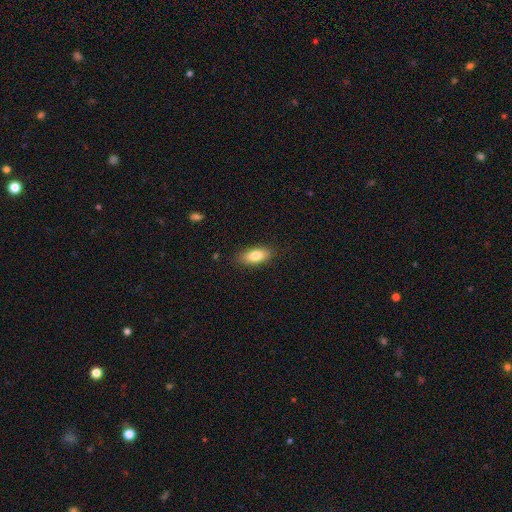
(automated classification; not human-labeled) smooth 81%, featured or disk 12%, star or artifact 7%. Down the decision tree: how rounded — in between (84%); merging — none (85%).